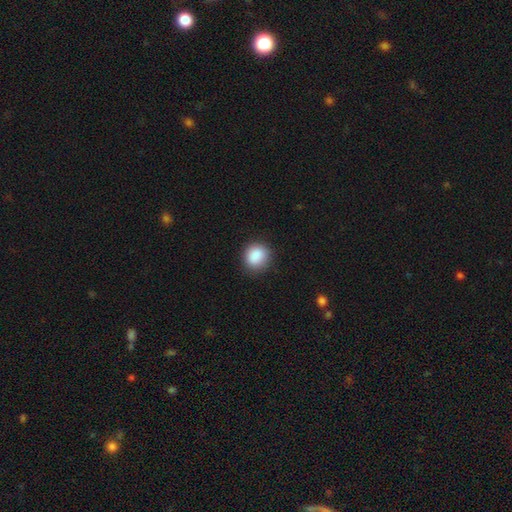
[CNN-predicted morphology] This is clearly a smooth galaxy (88%). How rounded: likely round (80%). Merging: clearly none (86%).